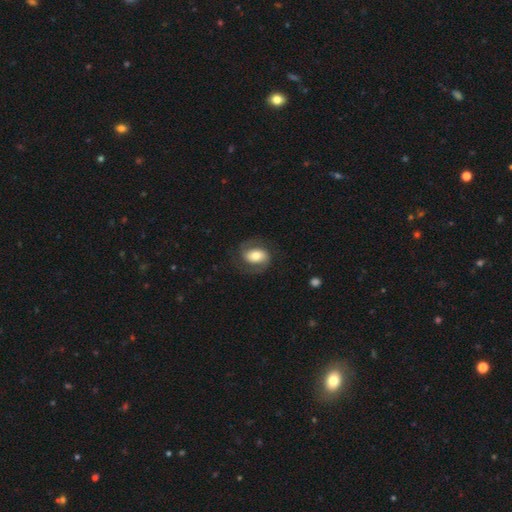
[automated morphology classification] featured or disk 60%, smooth 34%, star or artifact 7%. Down the decision tree: edge-on disk — no (96%); bar — no (43%); spiral arms — yes (85%); bulge size — moderate (58%); merging — none (74%).